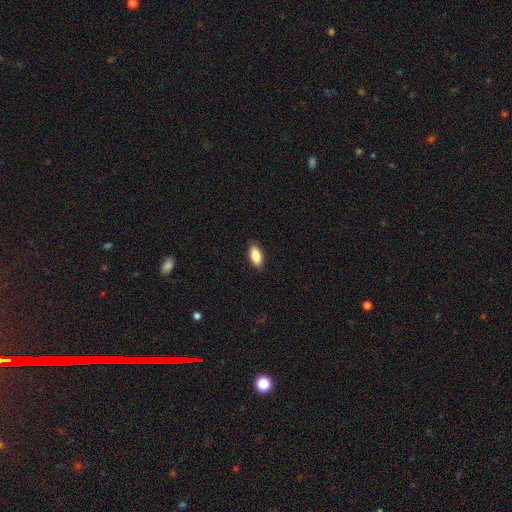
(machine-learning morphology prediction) The model was most divided on "merging": none: 88%, minor disturbance: 9%, major disturbance: 2%, merger: 1%. More confident: how rounded — in between (91%); smooth or featured — smooth (88%).